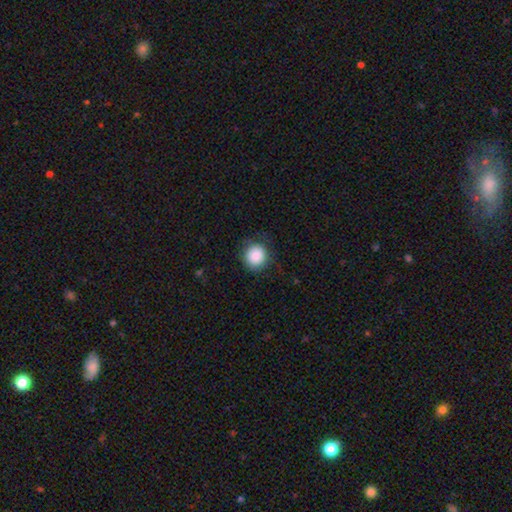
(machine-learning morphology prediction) Overall: smooth (88%). How rounded: round (89%). Merging: none (85%).